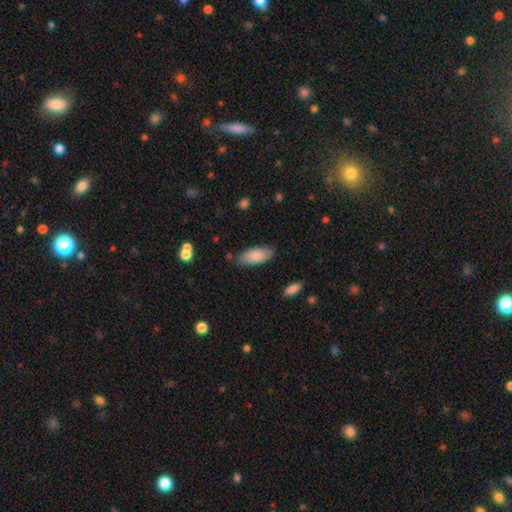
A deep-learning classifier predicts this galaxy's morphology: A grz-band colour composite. It shows a smooth galaxy with no disk features (85%) that is in between round and cigar-shaped (81%). Merging: none (79%).